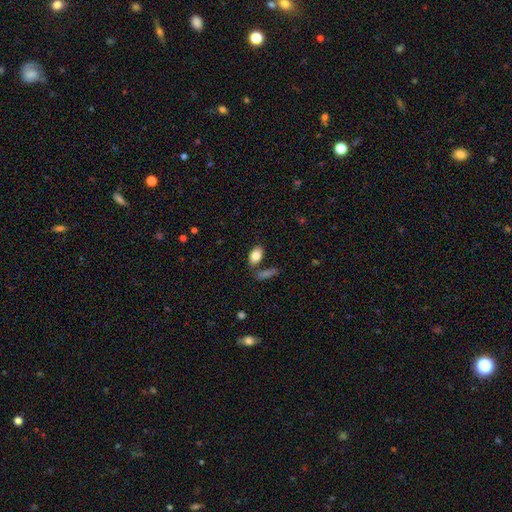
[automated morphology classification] Smooth or featured? smooth (84%)
How rounded? in between (91%)
Merging? none (72%)